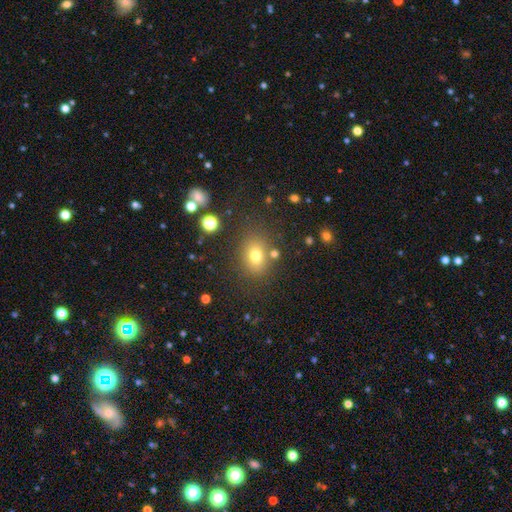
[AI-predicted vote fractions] The model was most divided on "how rounded": in between: 52%, round: 47%, cigar-shaped: 1%. More confident: merging — none (76%); smooth or featured — smooth (74%).